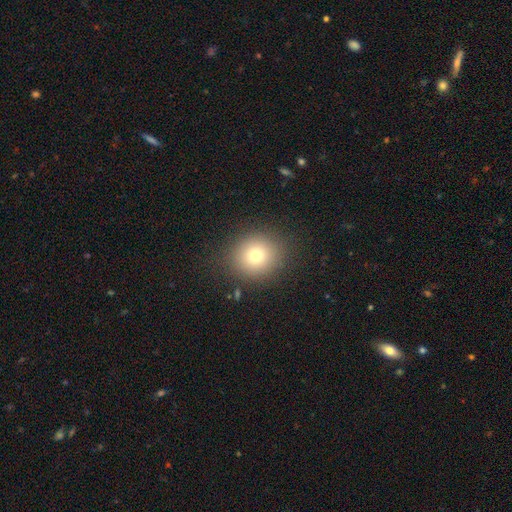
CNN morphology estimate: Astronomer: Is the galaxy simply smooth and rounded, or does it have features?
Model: smooth — 75%.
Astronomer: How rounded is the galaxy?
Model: round — 84%.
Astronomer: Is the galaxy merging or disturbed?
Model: none — 87%.